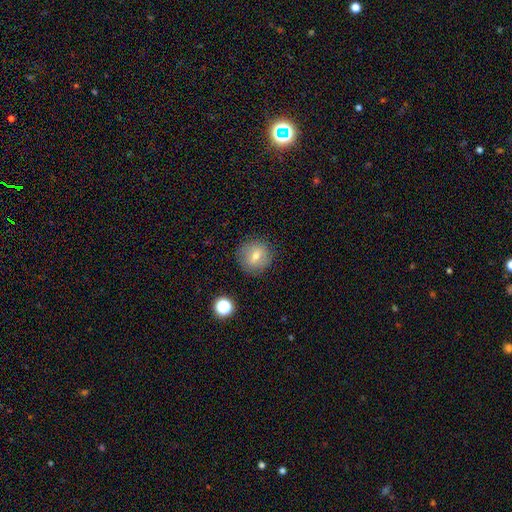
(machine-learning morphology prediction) Smooth or featured? Predicted: smooth (p=0.66). How rounded? Predicted: round (p=0.88). Merging? Predicted: none (p=0.86).